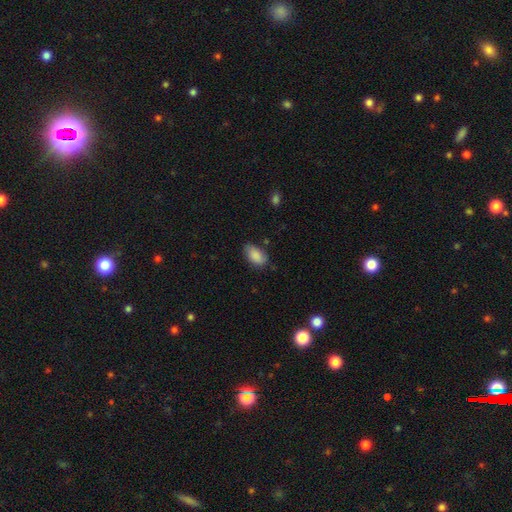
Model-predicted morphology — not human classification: This appears to be a smooth galaxy with no disk features (86%) that is in between round and cigar-shaped (92%). Merging: none (69%).